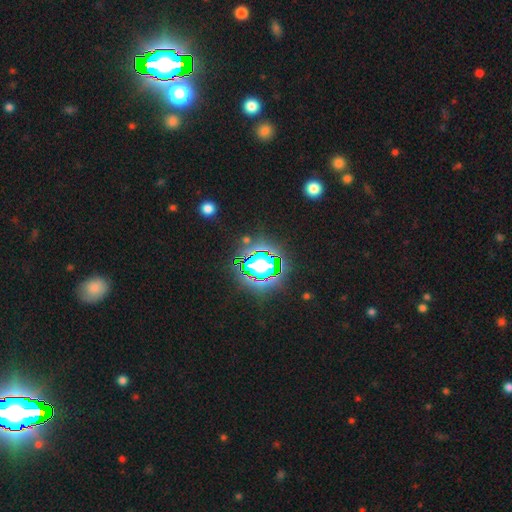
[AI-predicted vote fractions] Smooth or featured: star or artifact — 82% (smooth — 11%)